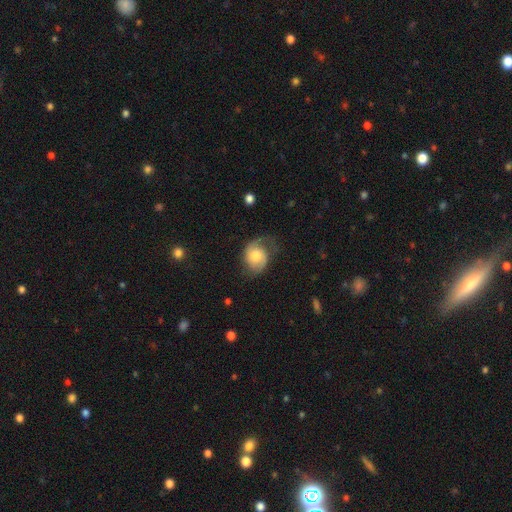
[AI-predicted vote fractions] Smooth or featured? featured or disk (55%)
Edge-on disk? no (97%)
Bar? no (71%)
Spiral arms? yes (89%)
Bulge size? moderate (51%)
Merging? none (46%)